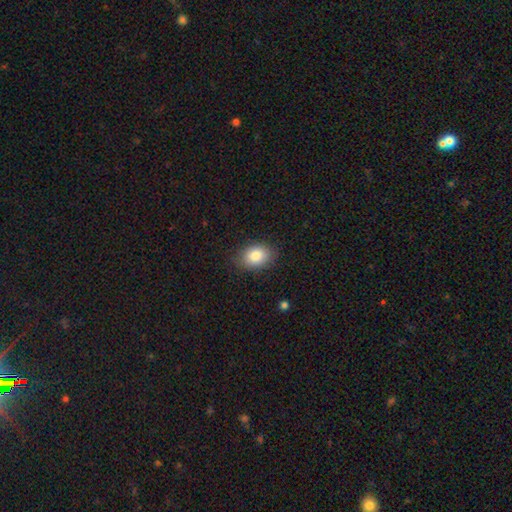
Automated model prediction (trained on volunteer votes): Smooth or featured? Predicted: smooth (p=0.84). How rounded? Predicted: in between (p=0.76). Merging? Predicted: none (p=0.84).